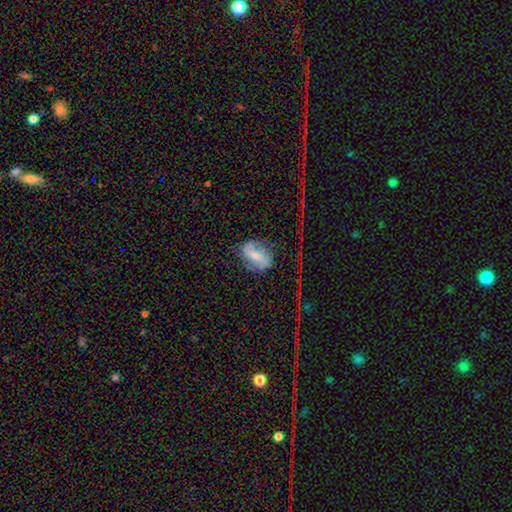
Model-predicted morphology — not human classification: Overall: featured or disk (61%; smooth 30%). Edge-on disk: no (93%). Bar: strong (50%; weak 34%). Spiral arms: yes (77%). Bulge size: moderate (48%; small 41%). Merging: none (58%; major disturbance 21%).